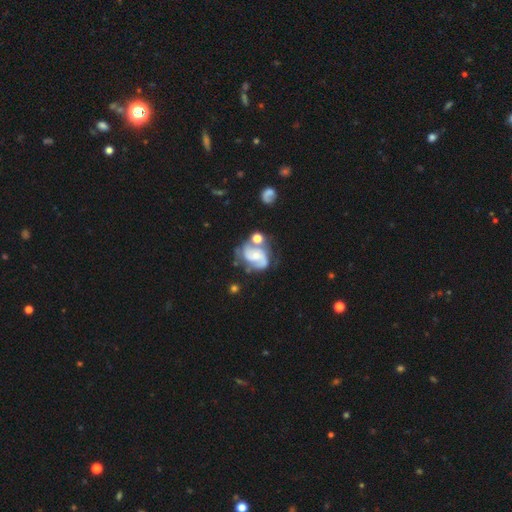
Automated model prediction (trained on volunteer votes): The model was most divided on "bulge size": small: 51%, moderate: 40%, none: 5%, large: 3%, dominant: 1%. Remaining: edge-on disk — no (98%); spiral arms — yes (93%); smooth or featured — featured or disk (80%); spiral arm count — 2 (76%); bar — no (57%); spiral winding — medium (51%); merging — none (44%).